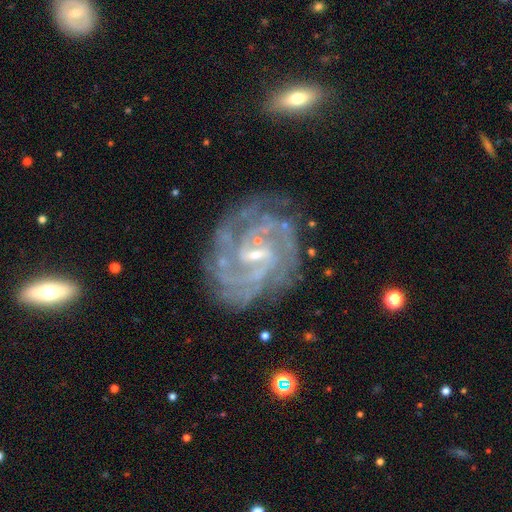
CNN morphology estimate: The model was most divided on "spiral arm count": 2: 27%, can't tell: 23%, 3: 21%, 4: 15%, more than 4: 7%, 1: 7%. More confident: edge-on disk — no (98%); spiral arms — yes (97%); smooth or featured — featured or disk (90%); merging — none (72%); bulge size — small (69%); spiral winding — tight (63%); bar — weak (53%).